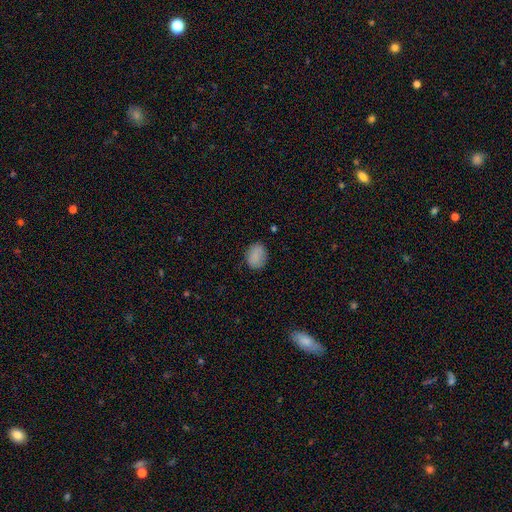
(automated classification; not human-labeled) smooth-or-featured: smooth: 85% | star or artifact: 9% | featured or disk: 6%
  how-rounded: in between: 54% | round: 45% | cigar-shaped: 1%
  merging: none: 78% | minor disturbance: 17% | major disturbance: 4% | merger: 1%